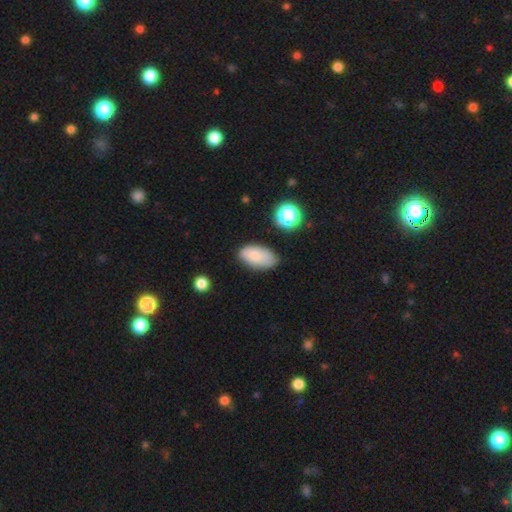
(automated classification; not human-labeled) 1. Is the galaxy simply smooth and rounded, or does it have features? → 78% smooth, 13% featured or disk, 9% star or artifact.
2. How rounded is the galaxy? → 93% in between, 4% round, 2% cigar-shaped.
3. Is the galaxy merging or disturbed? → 66% none, 25% minor disturbance, 6% major disturbance, 3% merger.